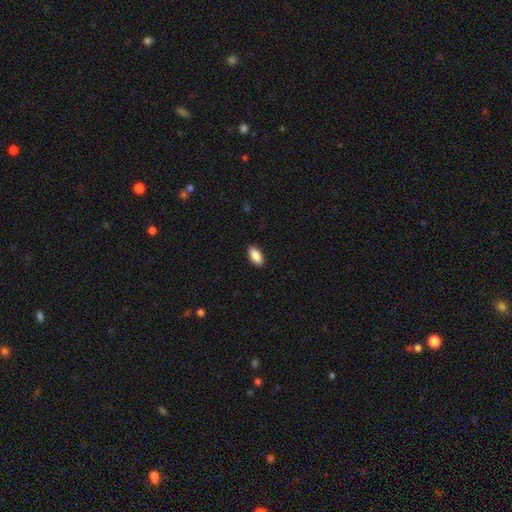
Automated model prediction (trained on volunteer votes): Morphology: type=smooth (88%); roundness=in between (91%); merging=none (90%).